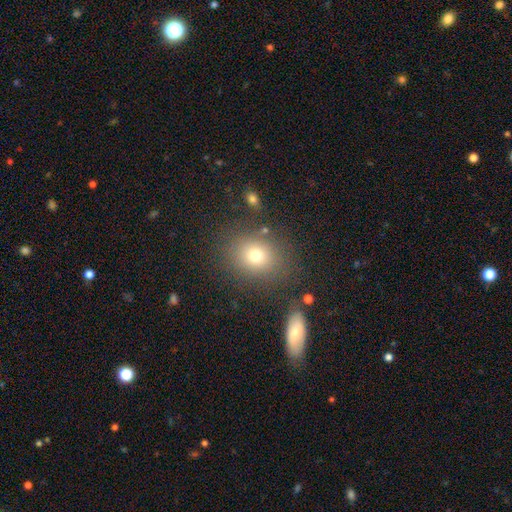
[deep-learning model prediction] smooth 73%, star or artifact 15%, featured or disk 12%. Down the decision tree: how rounded — round (61%); merging — none (79%).